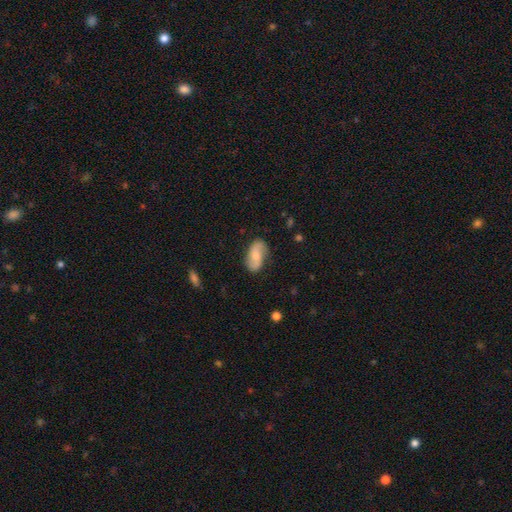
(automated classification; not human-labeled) Overall: featured or disk (48%; smooth 45%). Merging: none (77%).